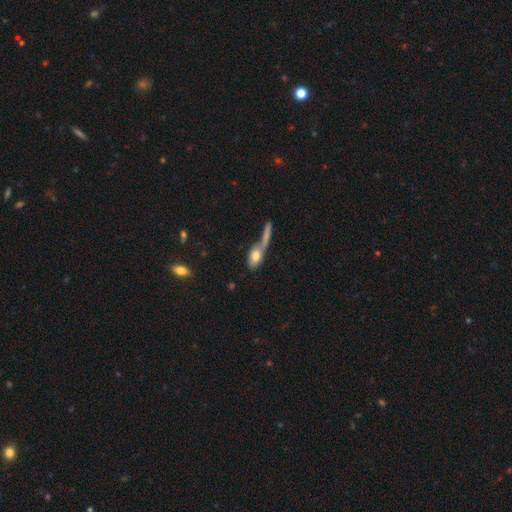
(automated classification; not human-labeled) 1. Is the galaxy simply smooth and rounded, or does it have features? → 68% smooth, 24% featured or disk, 8% star or artifact.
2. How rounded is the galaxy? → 76% in between, 13% cigar-shaped, 10% round.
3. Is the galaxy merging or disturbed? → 47% merger, 27% none, 14% major disturbance, 12% minor disturbance.